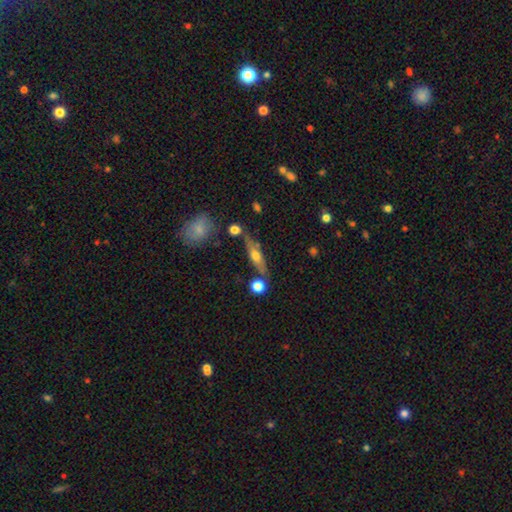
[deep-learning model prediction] This is possibly a featured or disk galaxy (47%). Merging: likely none (69%).